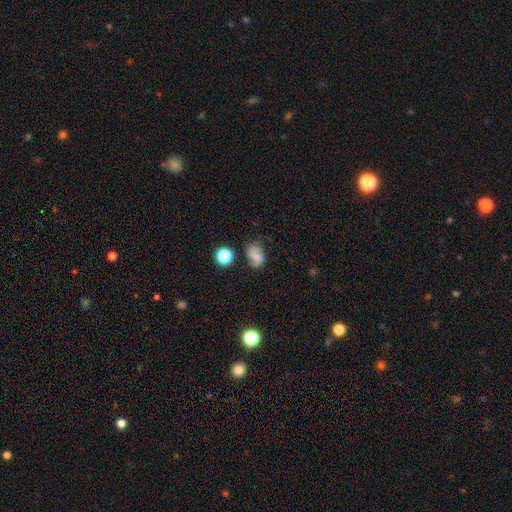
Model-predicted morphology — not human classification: Smooth or featured? smooth (45%)
Merging? none (57%)